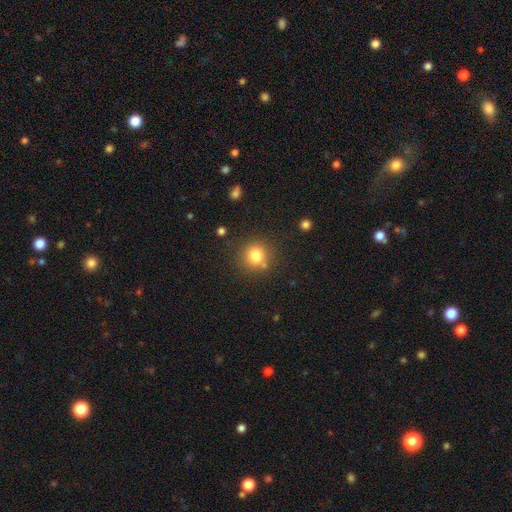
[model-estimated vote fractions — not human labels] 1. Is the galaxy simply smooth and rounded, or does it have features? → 81% smooth, 12% star or artifact, 7% featured or disk.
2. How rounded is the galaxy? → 88% round, 11% in between, 1% cigar-shaped.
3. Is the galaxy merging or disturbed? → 78% none, 11% minor disturbance, 8% merger, 4% major disturbance.